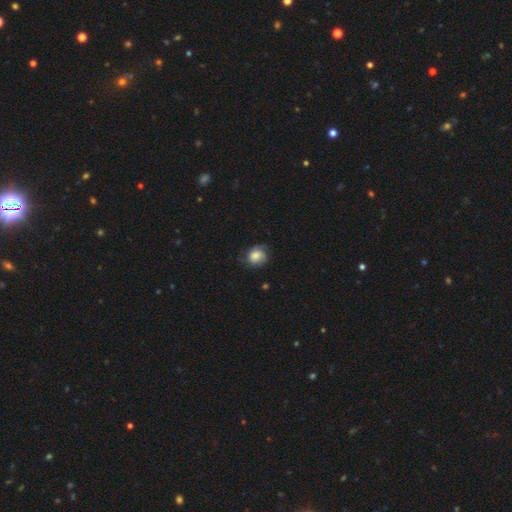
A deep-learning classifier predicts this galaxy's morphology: A smooth galaxy with no disk features (52%) that is round (70%). Merging: none (63%).